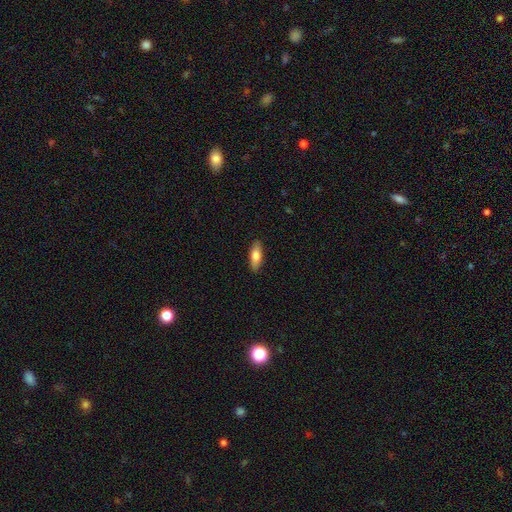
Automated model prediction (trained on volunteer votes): smooth 75%, featured or disk 19%, star or artifact 6%. Down the decision tree: how rounded — in between (61%); merging — none (90%).